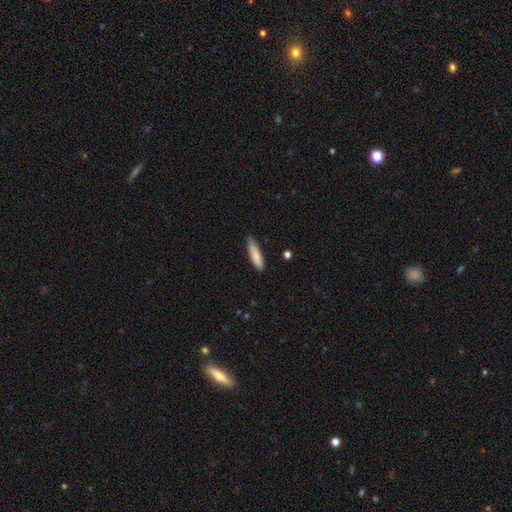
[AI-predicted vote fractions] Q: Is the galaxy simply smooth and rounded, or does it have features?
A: smooth — 86%.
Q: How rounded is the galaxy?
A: cigar-shaped — 71%.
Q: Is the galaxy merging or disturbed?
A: none — 80%.